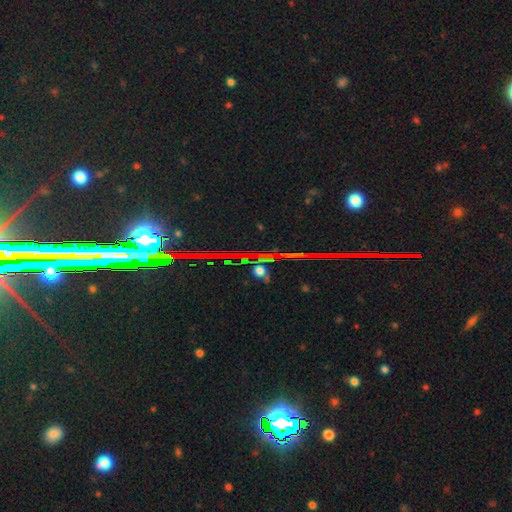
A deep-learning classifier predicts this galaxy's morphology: A star or artifact, not a galaxy (85%).